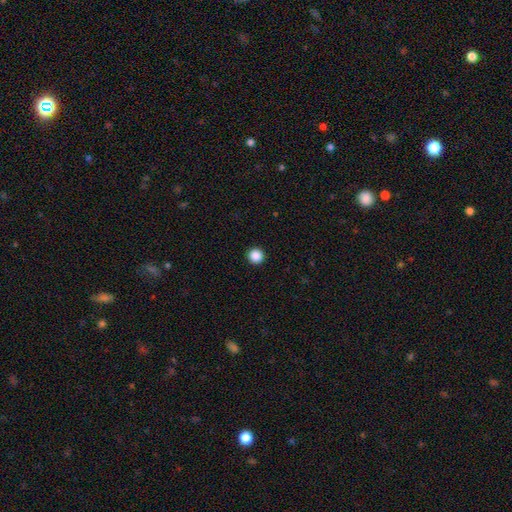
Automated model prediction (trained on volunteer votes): Overall: smooth (88%). How rounded: round (96%). Merging: none (94%).